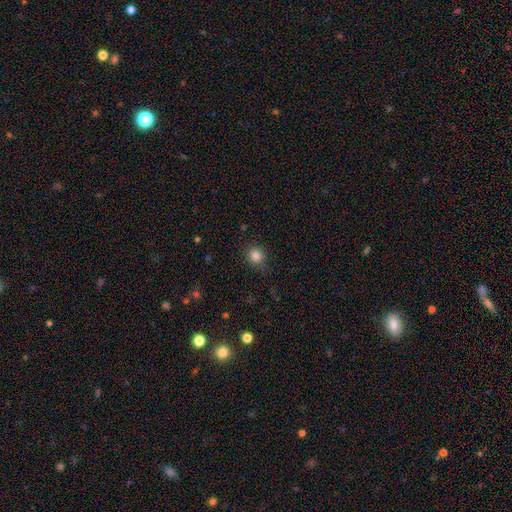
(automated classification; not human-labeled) Overall: smooth (83%). How rounded: round (86%). Merging: none (81%).